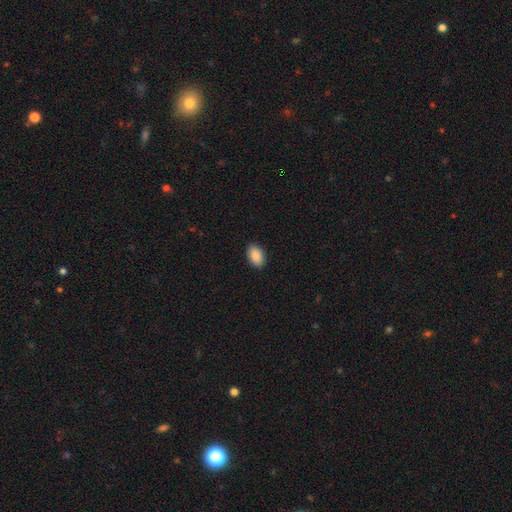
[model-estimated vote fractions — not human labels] A smooth galaxy with no disk features (91%) that is in between round and cigar-shaped (91%).

Vote fractions:
- Smooth or featured? smooth: 91% / star or artifact: 7% / featured or disk: 3%
- How rounded? in between: 91% / round: 7% / cigar-shaped: 1%
- Merging? none: 90% / minor disturbance: 7% / major disturbance: 2% / merger: 1%